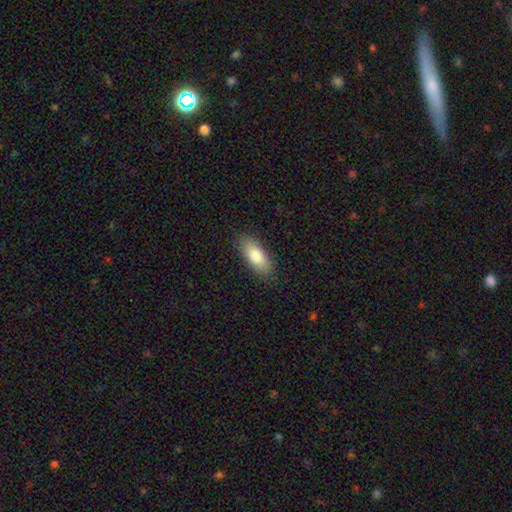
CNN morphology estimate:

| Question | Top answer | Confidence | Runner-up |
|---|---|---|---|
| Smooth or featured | smooth | 81% | featured or disk (12%) |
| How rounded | in between | 79% | cigar-shaped (19%) |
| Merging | none | 87% | minor disturbance (10%) |